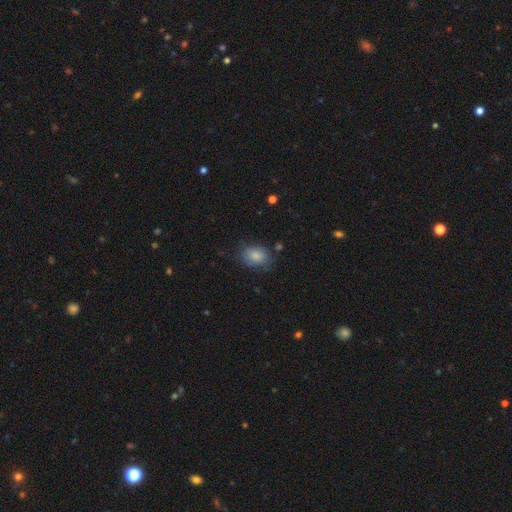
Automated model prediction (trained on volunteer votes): Smooth or featured? smooth (83%)
How rounded? in between (65%)
Merging? none (71%)